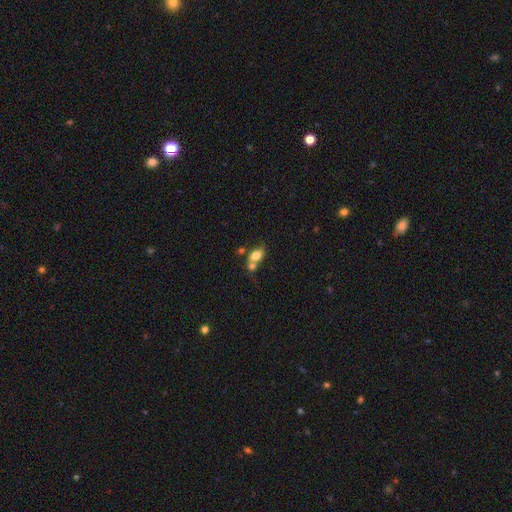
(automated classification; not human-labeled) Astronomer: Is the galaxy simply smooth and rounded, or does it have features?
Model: smooth — 74%.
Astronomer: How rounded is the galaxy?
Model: in between — 71%.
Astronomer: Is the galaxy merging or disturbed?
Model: merger — 51% (runner-up: none, 30%).